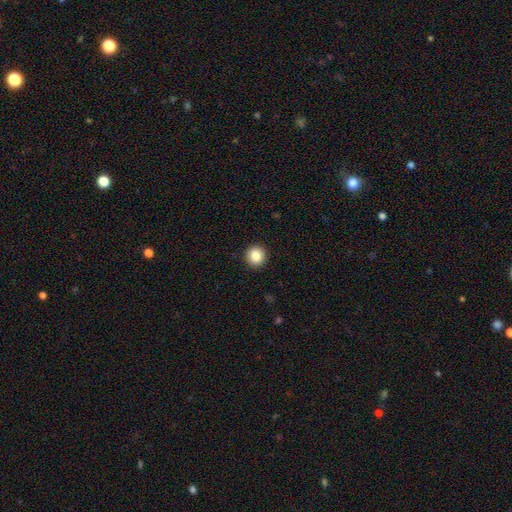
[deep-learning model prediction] Morphology: type=smooth (87%); roundness=round (94%); merging=none (93%).